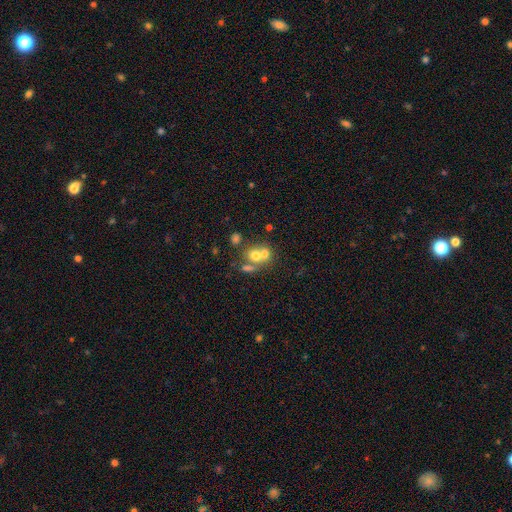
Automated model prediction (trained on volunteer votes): smooth 65%, featured or disk 21%, star or artifact 14%. Down the decision tree: how rounded — round (69%); merging — merger (59%).